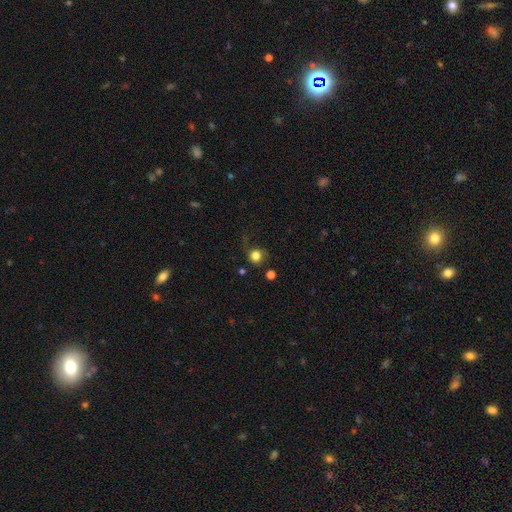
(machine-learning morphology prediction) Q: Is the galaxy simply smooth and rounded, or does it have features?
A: smooth — 80%.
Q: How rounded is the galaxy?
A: round — 90%.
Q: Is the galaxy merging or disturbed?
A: none — 64%.